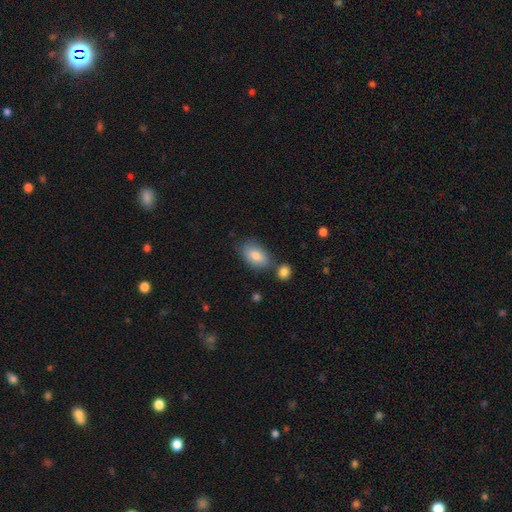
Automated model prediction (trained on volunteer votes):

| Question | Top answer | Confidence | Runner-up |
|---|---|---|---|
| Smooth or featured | smooth | 80% | featured or disk (13%) |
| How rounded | in between | 92% | round (5%) |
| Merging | none | 72% | minor disturbance (14%) |